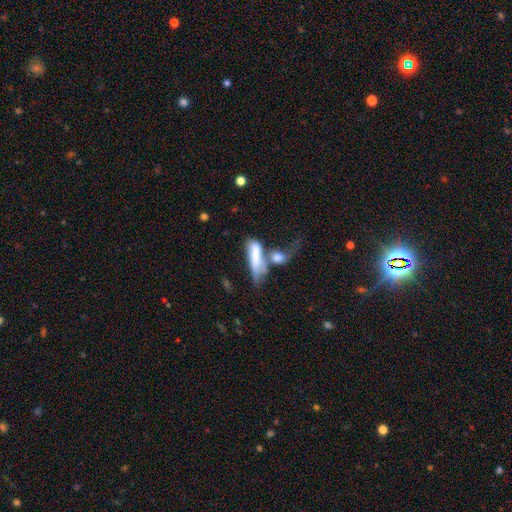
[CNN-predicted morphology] This is likely a smooth galaxy (66%). How rounded: possibly in between (55%). Merging: likely merger (60%).